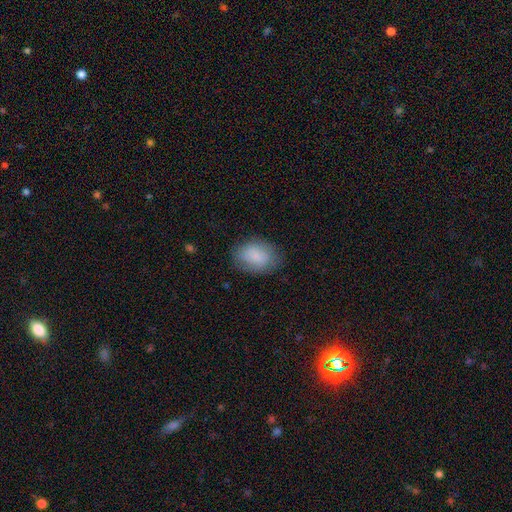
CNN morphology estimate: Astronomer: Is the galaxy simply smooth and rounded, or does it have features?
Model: smooth — 85%.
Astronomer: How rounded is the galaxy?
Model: in between — 80%.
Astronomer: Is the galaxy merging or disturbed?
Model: none — 76%.